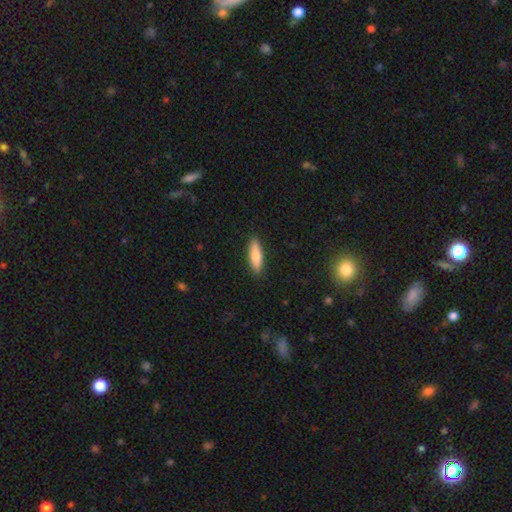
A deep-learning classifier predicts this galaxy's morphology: Smooth or featured: smooth — 79% (featured or disk — 16%)
How rounded: cigar-shaped — 52% (in between — 46%)
Merging: none — 90% (minor disturbance — 8%)